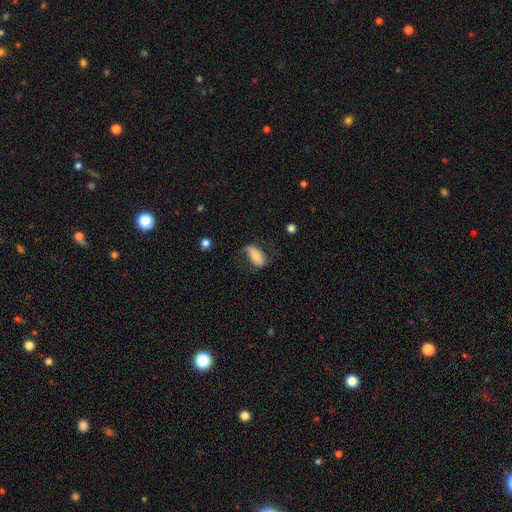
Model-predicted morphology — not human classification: type=smooth (62%); roundness=in between (85%); merging=none (49%).